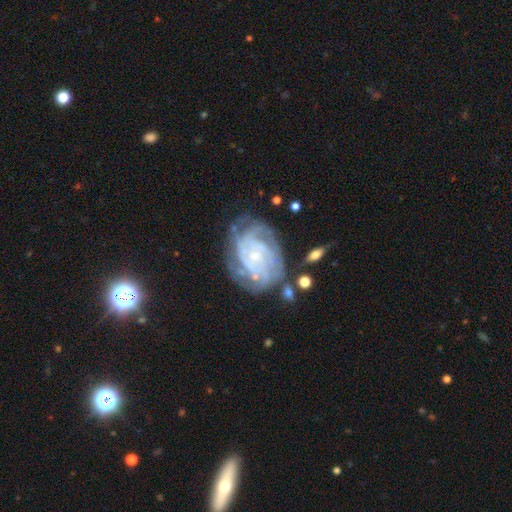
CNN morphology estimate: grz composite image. It shows a featured or disk galaxy (84%) with no bar (72%), tight (74%) spiral arms (94%) and a small central bulge (78%). Merging: none (65%).